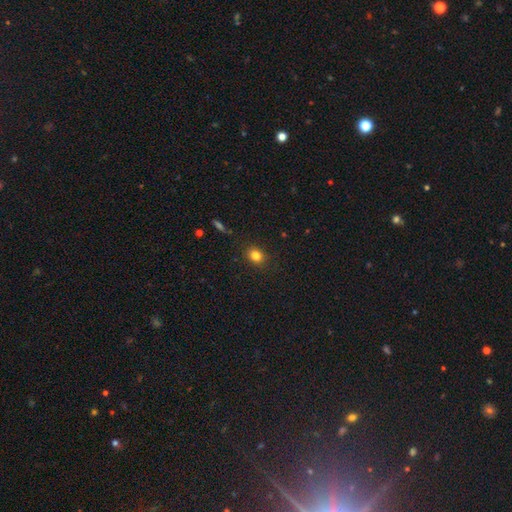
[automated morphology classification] type=smooth (82%); roundness=round (60%); merging=none (88%).